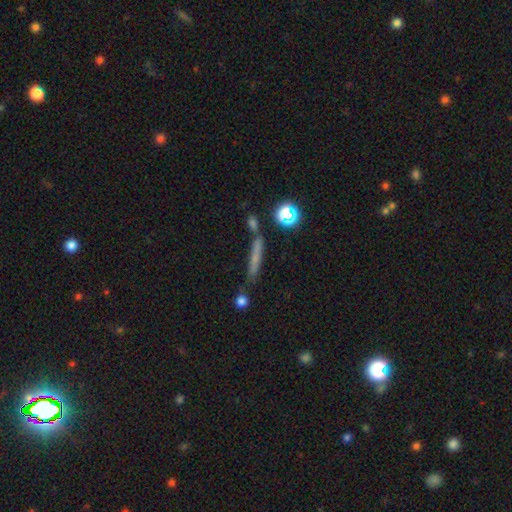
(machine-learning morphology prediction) This is possibly a smooth galaxy (56%). How rounded: clearly cigar-shaped (86%). Merging: likely none (73%).